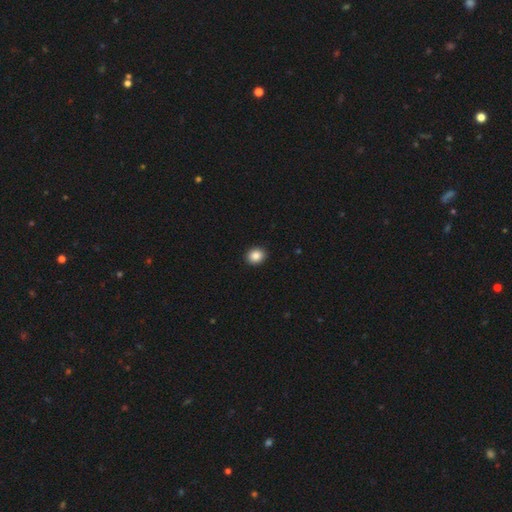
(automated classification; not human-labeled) Morphology: type=smooth (86%); roundness=round (65%); merging=none (93%).